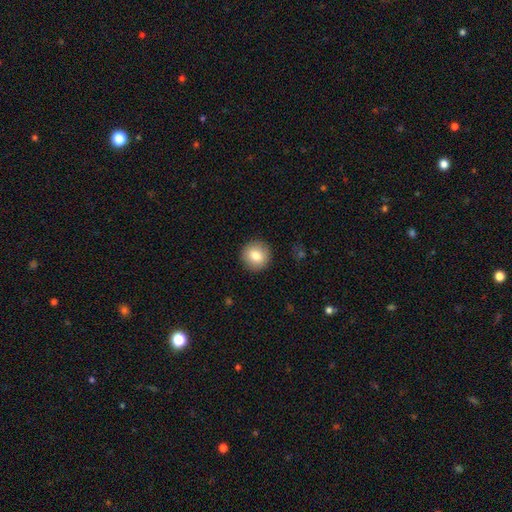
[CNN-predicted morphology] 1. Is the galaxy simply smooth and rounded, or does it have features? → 82% smooth, 10% featured or disk, 8% star or artifact.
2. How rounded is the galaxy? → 93% round, 6% in between, 1% cigar-shaped.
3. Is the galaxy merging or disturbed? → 91% none, 6% minor disturbance, 2% major disturbance, 1% merger.